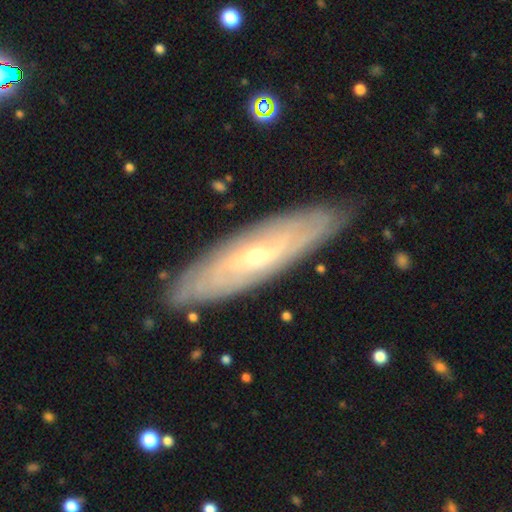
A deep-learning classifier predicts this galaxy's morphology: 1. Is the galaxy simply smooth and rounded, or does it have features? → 77% featured or disk, 17% smooth, 6% star or artifact.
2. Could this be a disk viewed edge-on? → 70% no, 30% yes.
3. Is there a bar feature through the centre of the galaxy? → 53% no, 36% weak, 11% strong.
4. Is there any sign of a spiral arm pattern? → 83% yes, 17% no.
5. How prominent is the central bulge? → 76% small, 21% moderate, 1% none, 1% large, 1% dominant.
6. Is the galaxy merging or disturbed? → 87% none, 10% minor disturbance, 2% major disturbance, 1% merger.